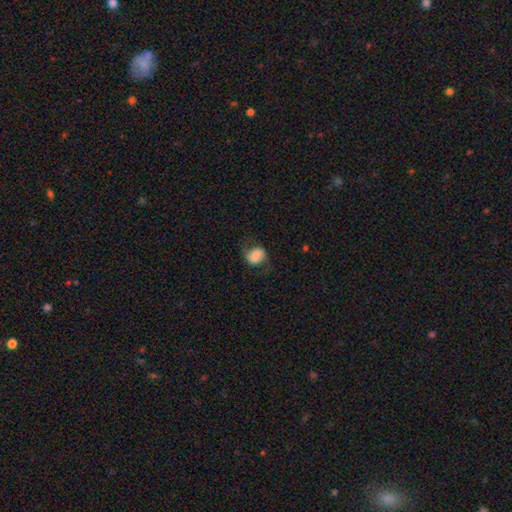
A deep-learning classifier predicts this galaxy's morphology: This is possibly a smooth galaxy (49%). Merging: likely none (62%).